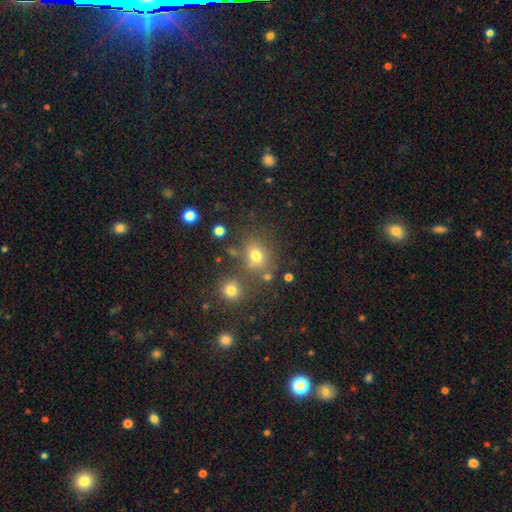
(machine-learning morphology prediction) This is likely a smooth galaxy (70%). How rounded: possibly round (57%). Merging: likely none (68%).